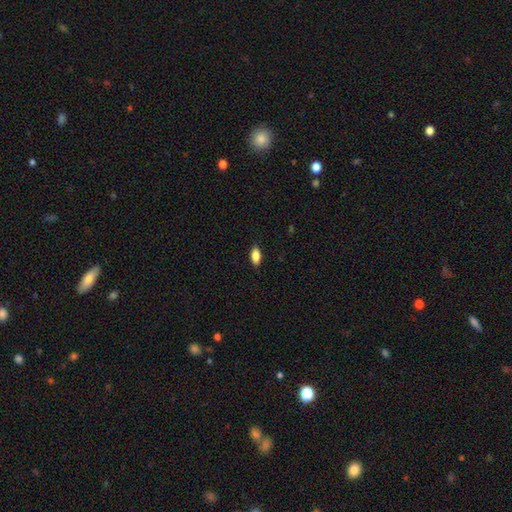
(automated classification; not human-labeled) Smooth or featured?
  - smooth: 84% *
  - featured or disk: 9%
  - star or artifact: 7%
How rounded?
  - in between: 86% *
  - cigar-shaped: 11%
  - round: 3%
Merging?
  - none: 88% *
  - minor disturbance: 9%
  - major disturbance: 2%
  - merger: 1%